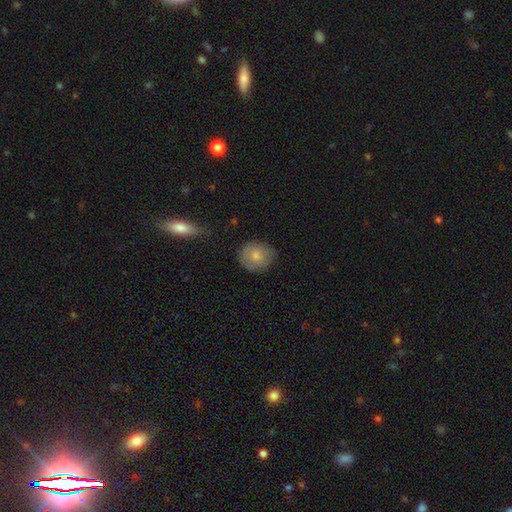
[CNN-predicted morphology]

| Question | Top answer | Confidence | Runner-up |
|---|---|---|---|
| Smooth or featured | smooth | 77% | featured or disk (15%) |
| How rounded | round | 81% | in between (18%) |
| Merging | none | 81% | minor disturbance (14%) |